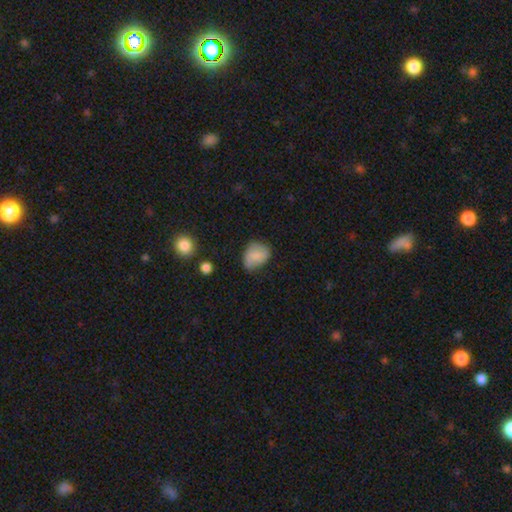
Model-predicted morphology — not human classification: A smooth galaxy with no disk features (73%) that is in between round and cigar-shaped (57%). Merging: none (49%).